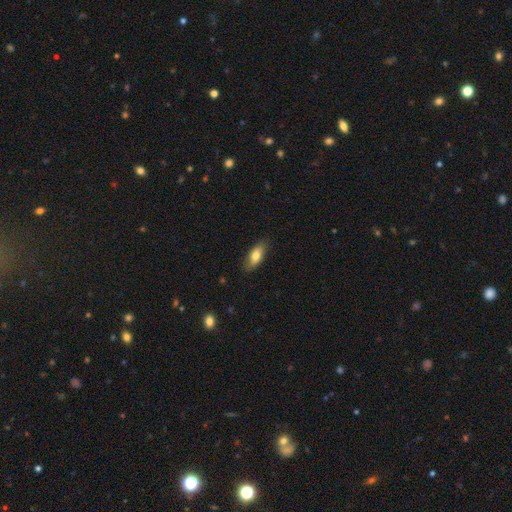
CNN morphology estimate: Smooth or featured? Predicted: smooth (p=0.75). How rounded? Predicted: in between (p=0.81). Merging? Predicted: none (p=0.83).